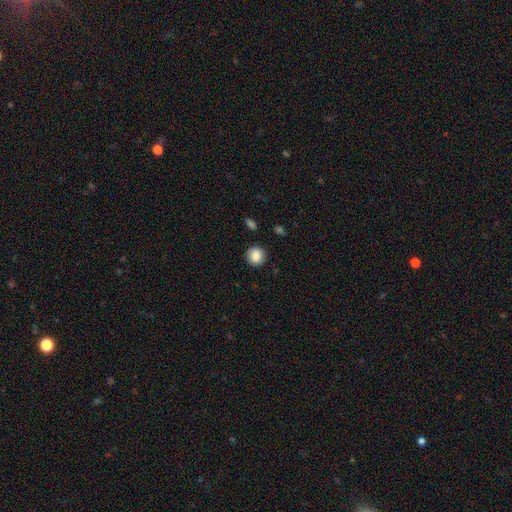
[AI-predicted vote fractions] A smooth galaxy with no disk features (86%) that is round (89%).

Vote fractions:
- Smooth or featured? smooth: 86% / star or artifact: 8% / featured or disk: 6%
- How rounded? round: 89% / in between: 10% / cigar-shaped: 1%
- Merging? none: 89% / minor disturbance: 7% / major disturbance: 2% / merger: 1%